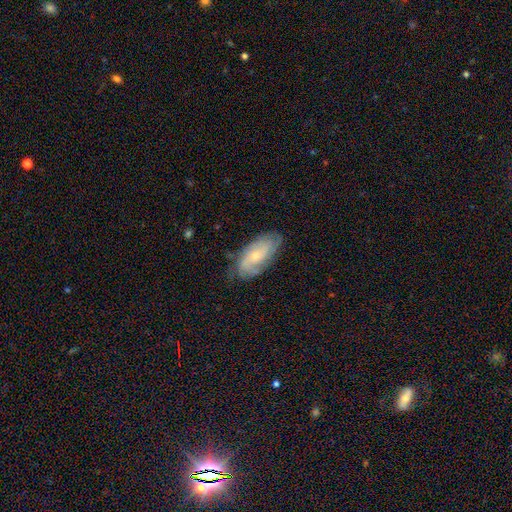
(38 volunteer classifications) Q: Smooth or featured?
A: featured or disk (84%); runner-up: smooth (13%)
Q: Edge-on disk?
A: no (94%); runner-up: yes (6%)
Q: Bar?
A: no (77%); runner-up: weak (23%)
Q: Spiral arms?
A: yes (97%); runner-up: no (3%)
Q: Spiral winding?
A: tight (62%); runner-up: medium (24%)
Q: Spiral arm count?
A: 2 (45%); runner-up: can't tell (28%)
Q: Bulge size?
A: small (53%); runner-up: moderate (43%)
Q: Merging?
A: none (68%); runner-up: minor disturbance (27%)